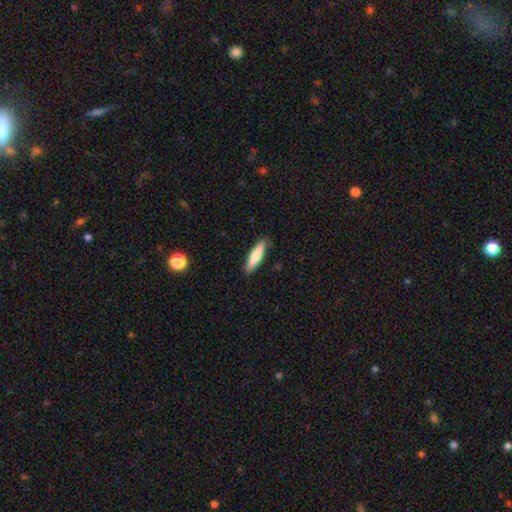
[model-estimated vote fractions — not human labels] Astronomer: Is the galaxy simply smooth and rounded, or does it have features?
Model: smooth — 79%.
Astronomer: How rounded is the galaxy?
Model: cigar-shaped — 73%.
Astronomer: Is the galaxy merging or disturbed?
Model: none — 87%.